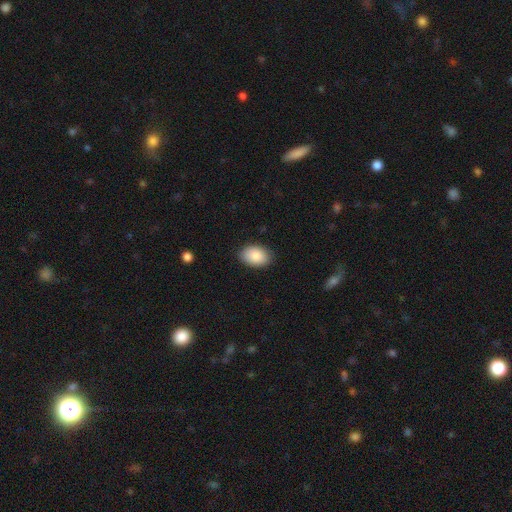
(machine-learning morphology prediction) A smooth galaxy with no disk features (88%) that is in between round and cigar-shaped (89%).

Vote fractions:
- Smooth or featured? smooth: 88% / star or artifact: 6% / featured or disk: 6%
- How rounded? in between: 89% / round: 10% / cigar-shaped: 1%
- Merging? none: 86% / minor disturbance: 10% / major disturbance: 2% / merger: 1%